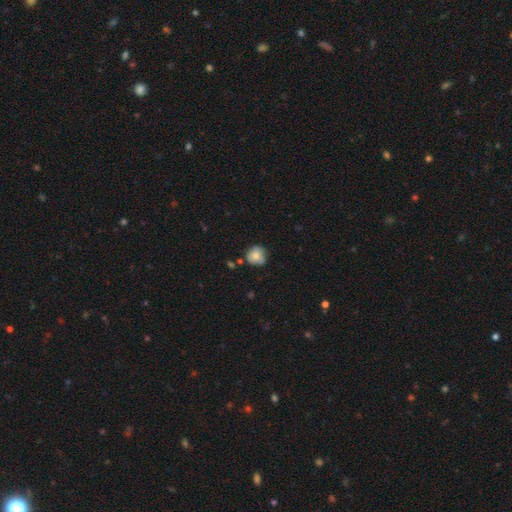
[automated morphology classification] Overall: smooth (75%). How rounded: round (87%). Merging: none (68%).